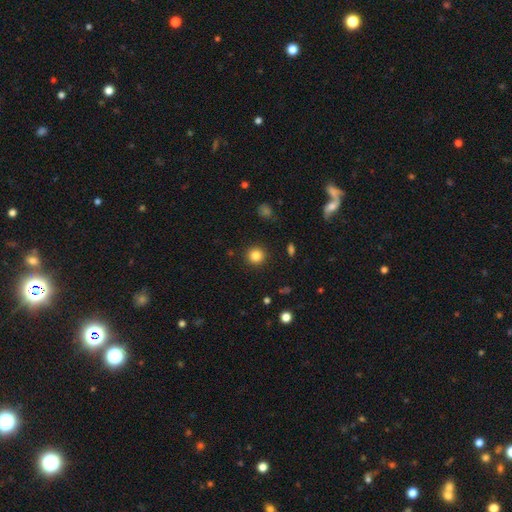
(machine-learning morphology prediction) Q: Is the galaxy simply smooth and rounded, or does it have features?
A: smooth — 84%.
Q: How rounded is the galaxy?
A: round — 94%.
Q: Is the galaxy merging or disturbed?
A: none — 92%.